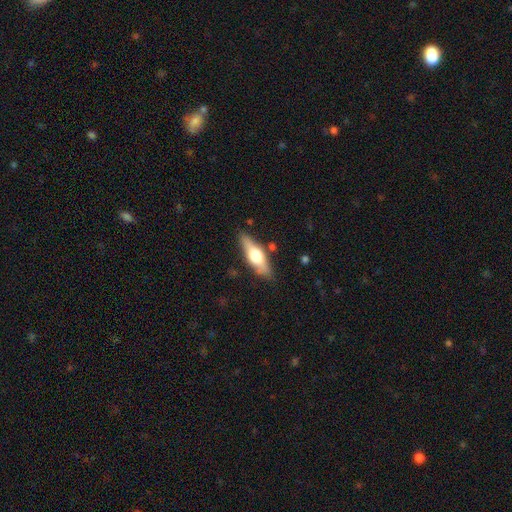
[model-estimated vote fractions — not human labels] featured or disk 50%, smooth 44%, star or artifact 6%. Down the decision tree: edge-on disk — yes (90%); merging — none (83%).